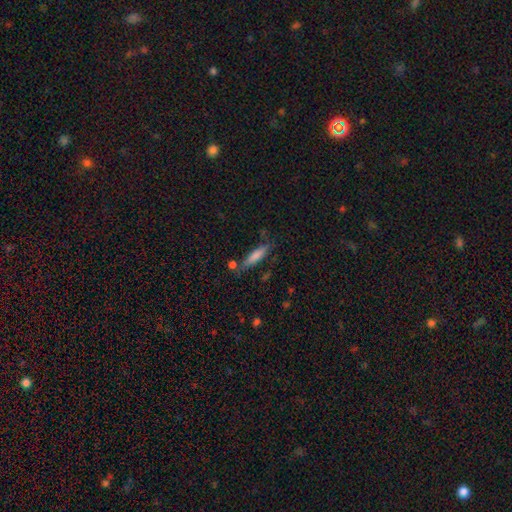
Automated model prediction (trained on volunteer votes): Smooth or featured? Predicted: smooth (p=0.75). How rounded? Predicted: cigar-shaped (p=0.76). Merging? Predicted: none (p=0.69).